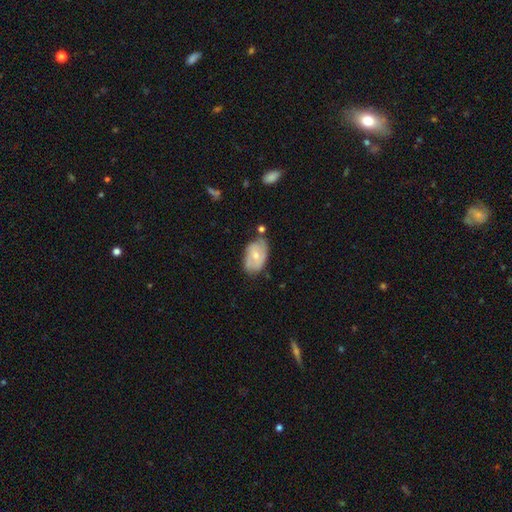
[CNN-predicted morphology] type=featured or disk (55%); edge-on=no (94%); bar=no (67%); spiral arms=yes (74%); bulge=moderate (53%); merging=none (57%).